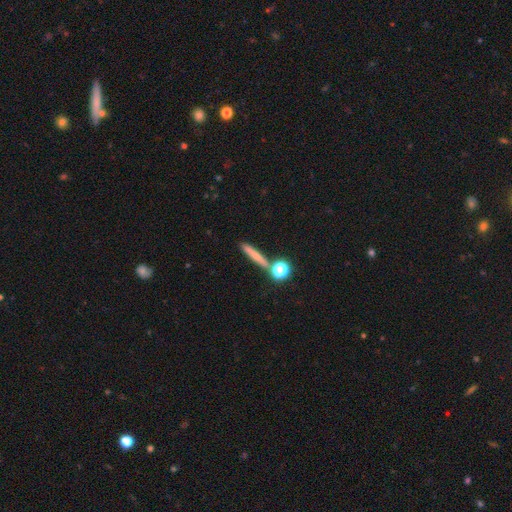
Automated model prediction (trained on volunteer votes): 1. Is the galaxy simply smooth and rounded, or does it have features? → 63% smooth, 23% featured or disk, 14% star or artifact.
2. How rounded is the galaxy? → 77% cigar-shaped, 13% round, 11% in between.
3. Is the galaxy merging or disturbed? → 76% none, 10% merger, 10% minor disturbance, 4% major disturbance.